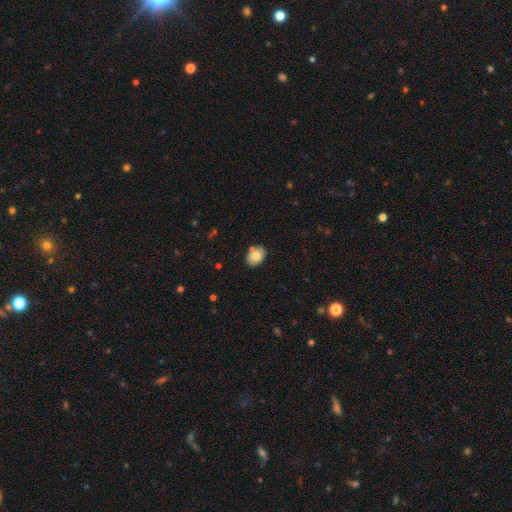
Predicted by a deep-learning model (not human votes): smooth_or_featured: smooth (p=0.80) [alt: featured or disk p=0.12]
how_rounded: in between (p=0.69) [alt: round p=0.30]
merging: none (p=0.80) [alt: minor disturbance p=0.13]